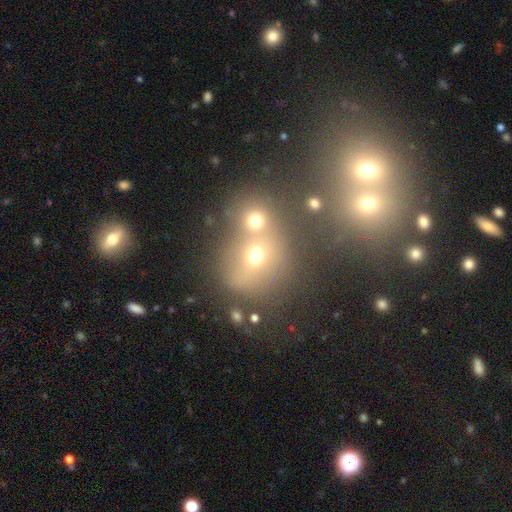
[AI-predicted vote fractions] Smooth or featured: smooth — 54% (star or artifact — 28%)
How rounded: round — 71% (in between — 27%)
Merging: none — 43% (tied with merger — 43%)